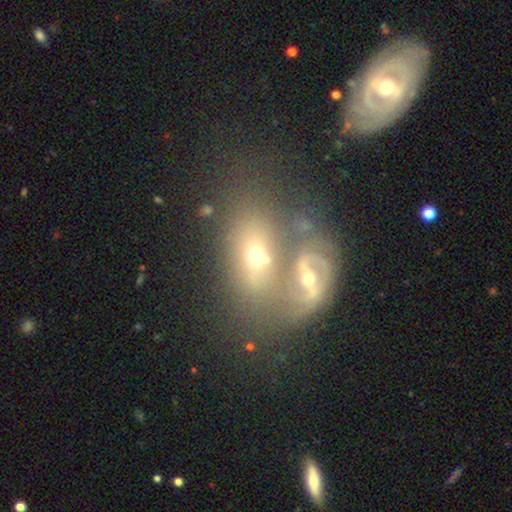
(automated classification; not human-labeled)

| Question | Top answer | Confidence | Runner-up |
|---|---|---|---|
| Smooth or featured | featured or disk | 51% | smooth (39%) |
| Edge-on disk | no | 92% | yes (8%) |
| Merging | merger | 61% | none (22%) |